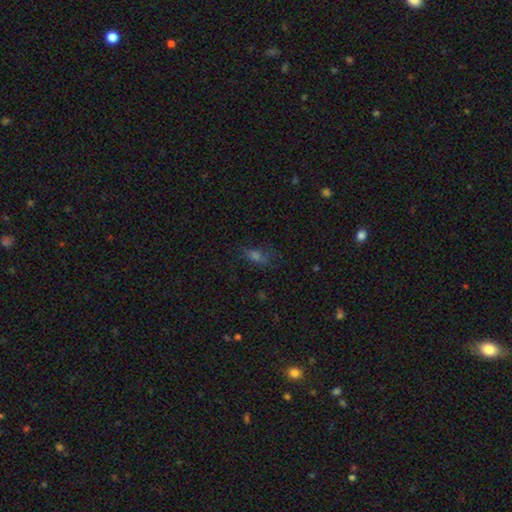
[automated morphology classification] A smooth galaxy with no disk features (47%).

Vote fractions:
- Smooth or featured? smooth: 47% / star or artifact: 34% / featured or disk: 18%
- Merging? none: 66% / minor disturbance: 19% / major disturbance: 12% / merger: 3%